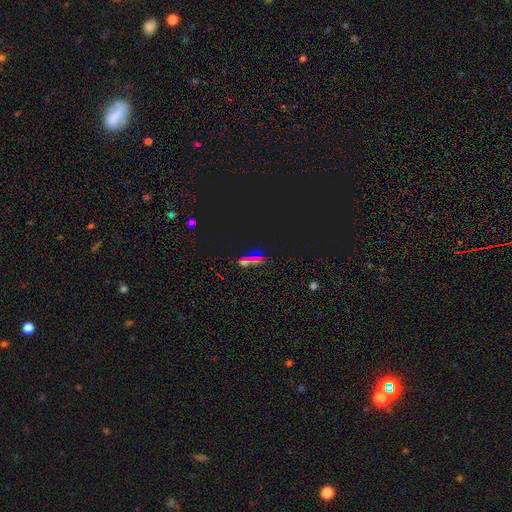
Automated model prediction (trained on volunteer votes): This is likely a star or artifact rather than a galaxy (65%).